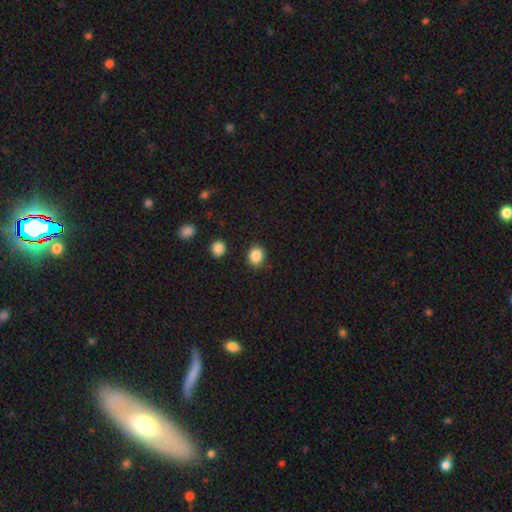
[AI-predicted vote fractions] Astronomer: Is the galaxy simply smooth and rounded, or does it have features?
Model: smooth — 86%.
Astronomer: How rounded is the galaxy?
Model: round — 72%.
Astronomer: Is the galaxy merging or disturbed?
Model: none — 87%.